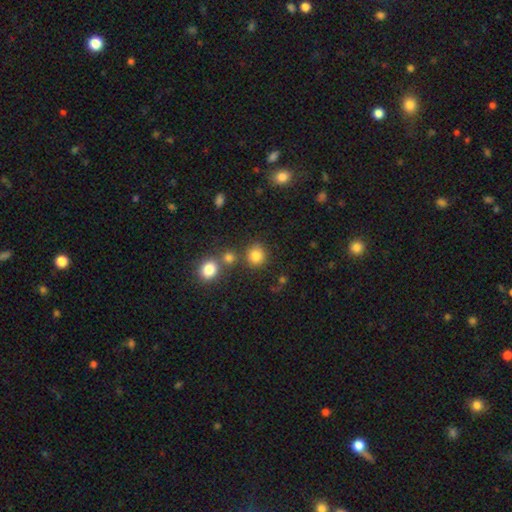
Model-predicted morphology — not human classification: Smooth or featured? smooth (82%)
How rounded? round (87%)
Merging? none (75%)